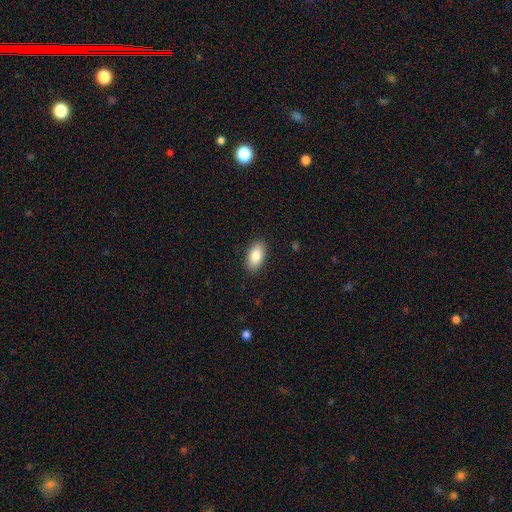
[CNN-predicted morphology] Overall: smooth (85%). How rounded: in between (93%). Merging: none (89%).